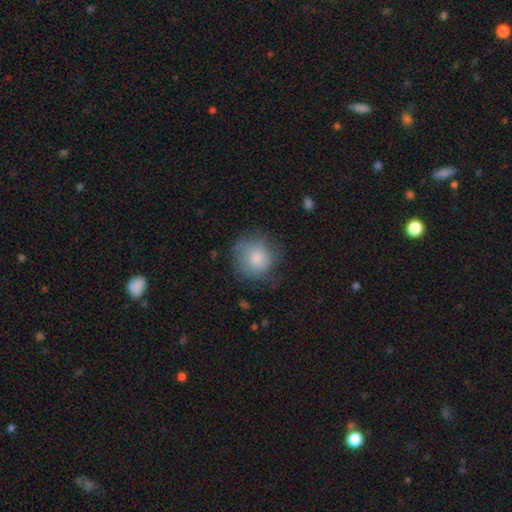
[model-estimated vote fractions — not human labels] This appears to be a smooth galaxy with no disk features (77%) that is round (88%). Merging: none (64%).